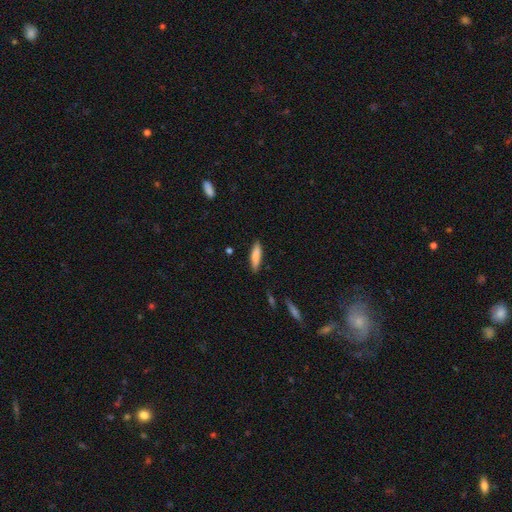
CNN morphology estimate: A smooth galaxy with no disk features (79%) that is cigar-shaped (69%).

Vote fractions:
- Smooth or featured? smooth: 79% / featured or disk: 14% / star or artifact: 6%
- How rounded? cigar-shaped: 69% / in between: 29% / round: 2%
- Merging? none: 86% / minor disturbance: 11% / major disturbance: 2% / merger: 2%